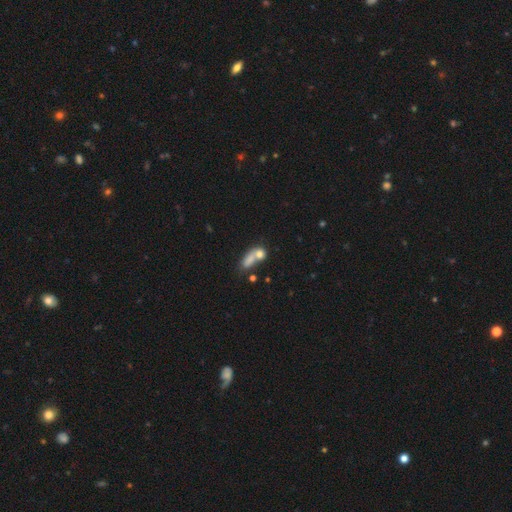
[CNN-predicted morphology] Smooth or featured?
  - smooth: 72% *
  - featured or disk: 18%
  - star or artifact: 11%
How rounded?
  - in between: 60% *
  - round: 23%
  - cigar-shaped: 16%
Merging?
  - merger: 53% *
  - none: 26%
  - minor disturbance: 11%
  - major disturbance: 10%